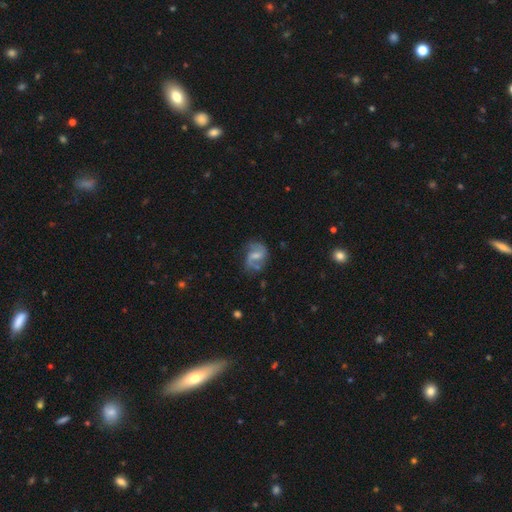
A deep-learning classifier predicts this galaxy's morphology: Smooth or featured: featured or disk — 77% (smooth — 16%)
Edge-on disk: no — 98% (yes — 2%)
Bar: weak — 56% (no — 24%)
Spiral arms: yes — 93% (no — 7%)
Spiral winding: medium — 46% (loose — 41%)
Spiral arm count: 2 — 86% (1 — 6%)
Bulge size: moderate — 36% (tied with small — 36%)
Merging: none — 64% (minor disturbance — 22%)